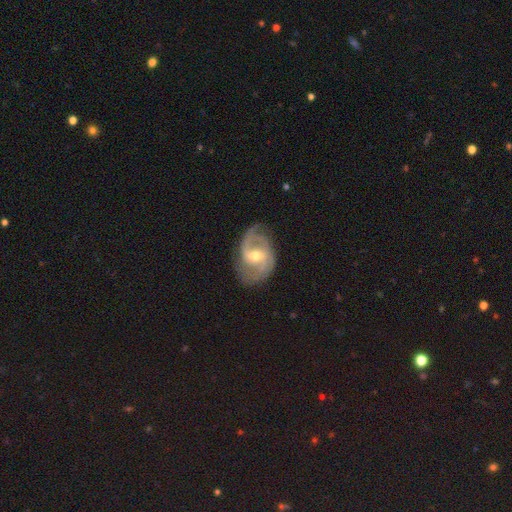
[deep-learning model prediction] This is clearly a featured or disk galaxy (88%). It is clearly not viewed edge-on (97%). Bar: possibly weak (51%). Spiral arm pattern: clearly yes (96%). Spiral arm count: likely 2 (73%). Spiral winding: possibly medium (50%). Central bulge: possibly moderate (57%). Merging: likely none (72%).